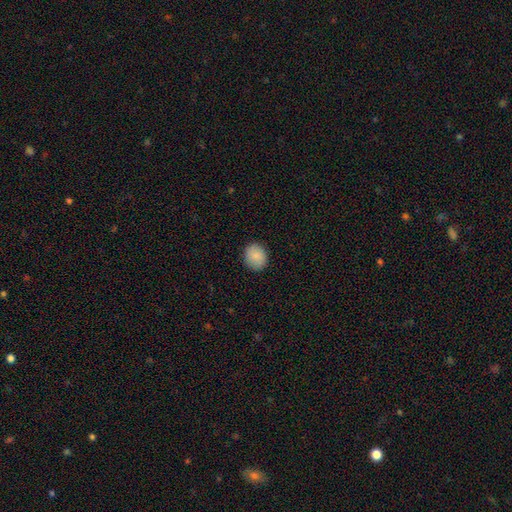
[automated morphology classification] Smooth or featured? smooth (88%)
How rounded? round (69%)
Merging? none (88%)